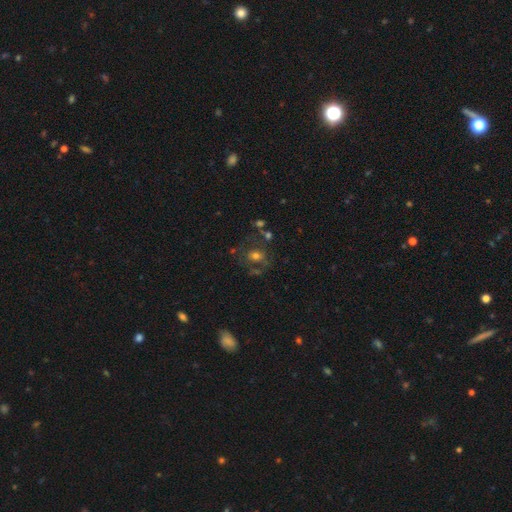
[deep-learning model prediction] This appears to be a featured or disk galaxy (42%). Merging: none (68%).